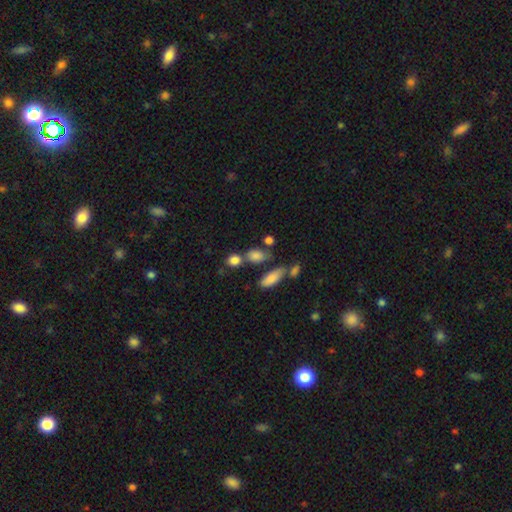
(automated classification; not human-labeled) Overall: smooth (80%). How rounded: in between (67%). Merging: none (52%; merger 26%).